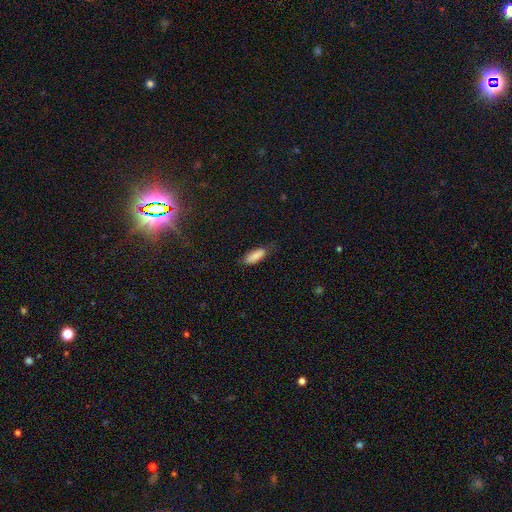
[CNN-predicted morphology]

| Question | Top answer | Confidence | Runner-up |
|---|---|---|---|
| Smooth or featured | smooth | 87% | star or artifact (7%) |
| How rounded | in between | 65% | cigar-shaped (34%) |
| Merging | none | 72% | minor disturbance (21%) |